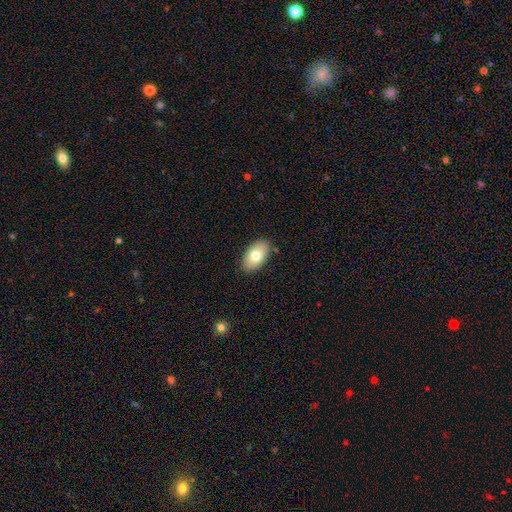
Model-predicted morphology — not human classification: Smooth or featured: smooth — 75% (featured or disk — 18%)
How rounded: in between — 94% (round — 5%)
Merging: none — 86% (minor disturbance — 11%)